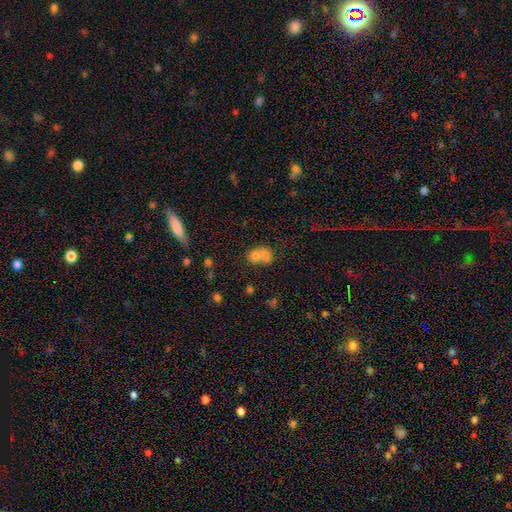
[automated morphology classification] Q: Smooth or featured?
A: smooth (68%); runner-up: featured or disk (19%)
Q: How rounded?
A: round (53%); runner-up: in between (46%)
Q: Merging?
A: merger (68%); runner-up: none (21%)